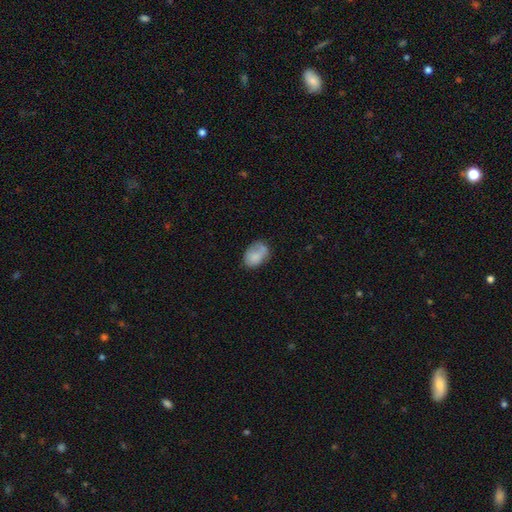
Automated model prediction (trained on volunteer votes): Smooth or featured?
  - smooth: 74% *
  - featured or disk: 18%
  - star or artifact: 8%
How rounded?
  - in between: 78% *
  - round: 21%
  - cigar-shaped: 1%
Merging?
  - none: 48% *
  - minor disturbance: 30%
  - major disturbance: 12%
  - merger: 10%